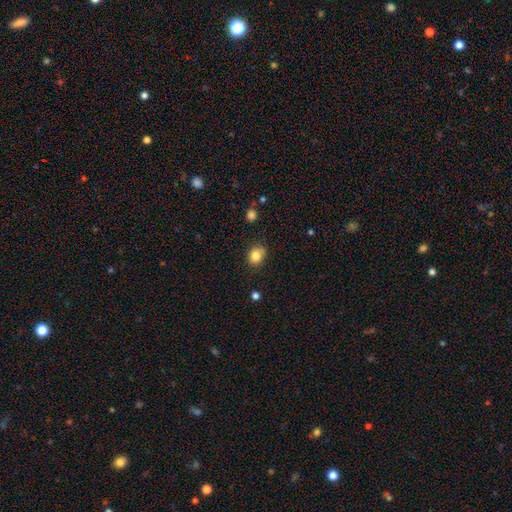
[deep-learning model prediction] Smooth or featured: smooth — 84% (star or artifact — 10%)
How rounded: round — 55% (in between — 44%)
Merging: none — 74% (minor disturbance — 20%)